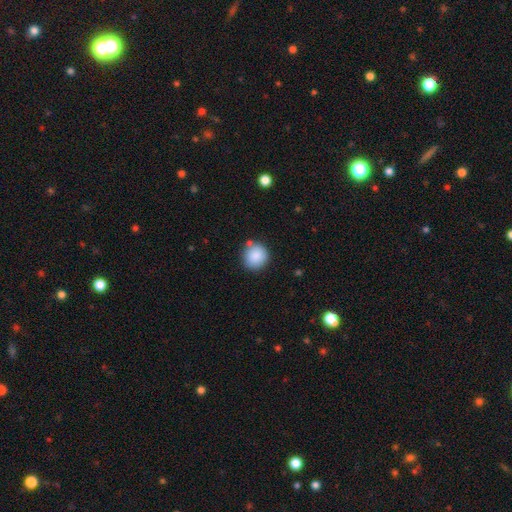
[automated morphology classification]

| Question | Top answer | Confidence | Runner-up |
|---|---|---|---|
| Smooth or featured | smooth | 87% | star or artifact (8%) |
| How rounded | round | 91% | in between (8%) |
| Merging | none | 78% | minor disturbance (13%) |